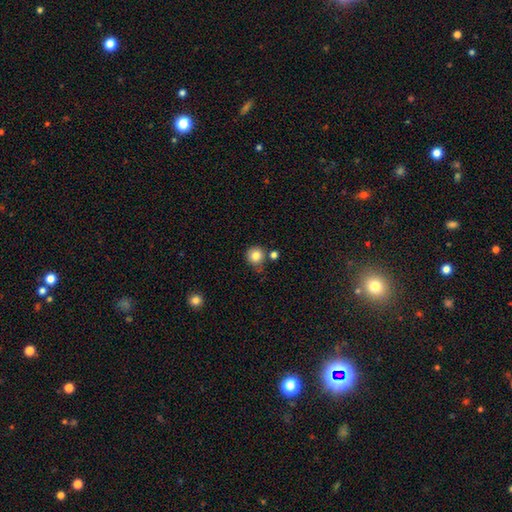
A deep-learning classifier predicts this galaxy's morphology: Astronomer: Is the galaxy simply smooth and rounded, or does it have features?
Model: smooth — 82%.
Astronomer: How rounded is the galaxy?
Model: round — 92%.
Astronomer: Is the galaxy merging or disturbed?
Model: none — 73%.